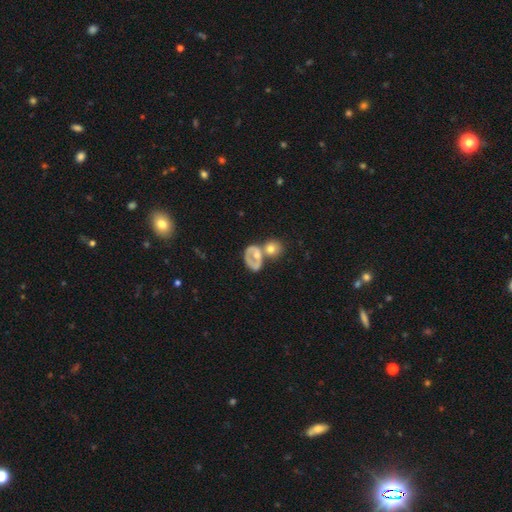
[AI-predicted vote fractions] Smooth or featured? smooth (49%)
Merging? merger (48%)